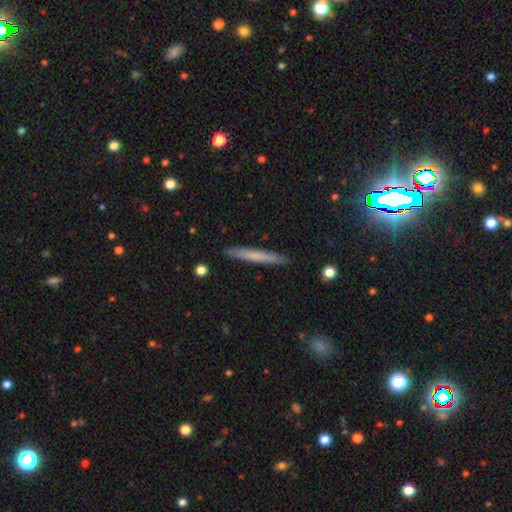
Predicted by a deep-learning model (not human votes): A smooth galaxy with no disk features (63%) that is cigar-shaped (96%). Merging: none (91%).